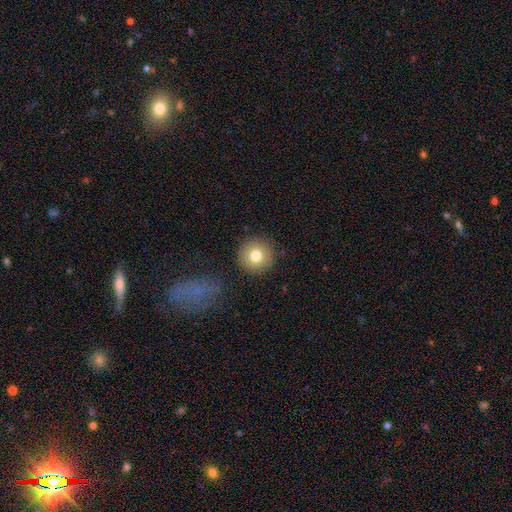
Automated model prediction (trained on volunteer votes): Morphology: type=smooth (77%); roundness=round (95%); merging=none (89%).